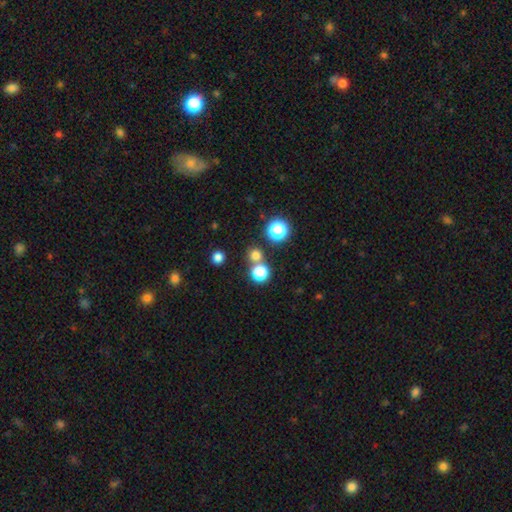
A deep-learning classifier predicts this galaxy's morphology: smooth 71%, star or artifact 23%, featured or disk 6%. Down the decision tree: how rounded — round (91%); merging — none (70%).